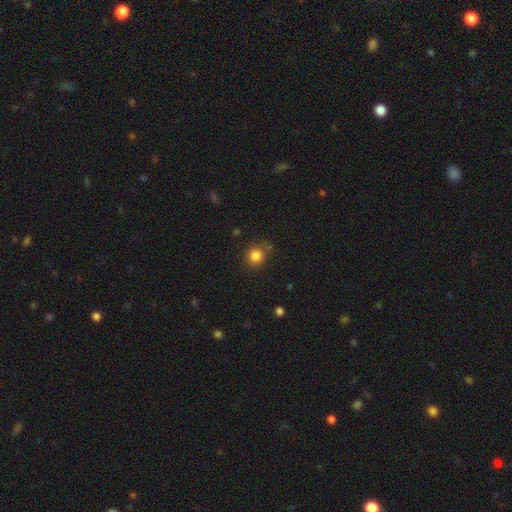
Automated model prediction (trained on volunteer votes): Overall: smooth (84%). How rounded: round (88%). Merging: none (78%).